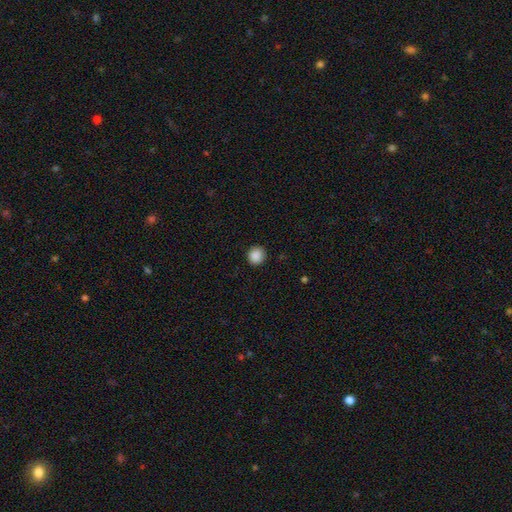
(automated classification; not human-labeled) A smooth galaxy with no disk features (89%) that is round (90%).

Vote fractions:
- Smooth or featured? smooth: 89% / star or artifact: 9% / featured or disk: 2%
- How rounded? round: 90% / in between: 9% / cigar-shaped: 1%
- Merging? none: 91% / minor disturbance: 6% / major disturbance: 2% / merger: 1%